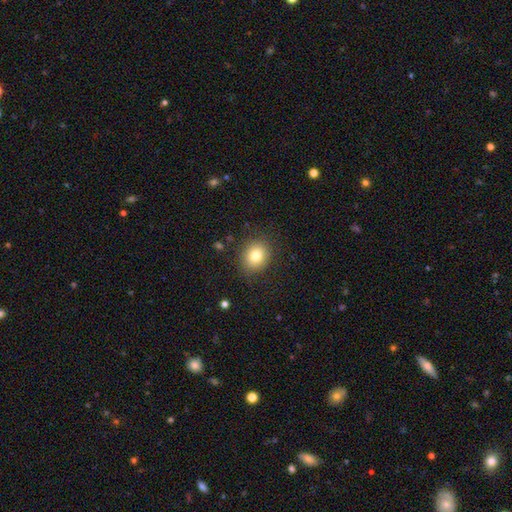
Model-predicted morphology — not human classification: Smooth or featured?
  - smooth: 79% *
  - star or artifact: 11%
  - featured or disk: 10%
How rounded?
  - round: 65% *
  - in between: 34%
  - cigar-shaped: 1%
Merging?
  - none: 85% *
  - minor disturbance: 10%
  - major disturbance: 3%
  - merger: 1%